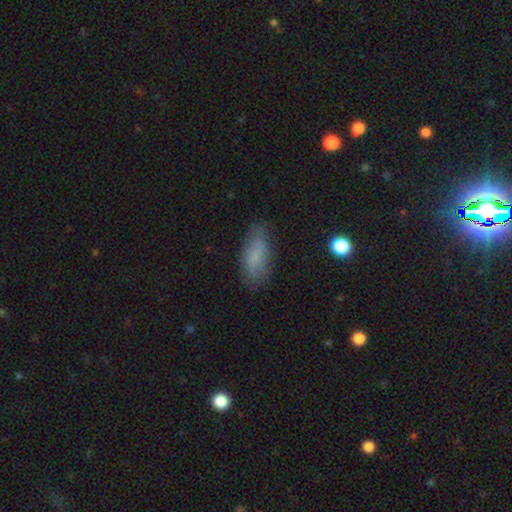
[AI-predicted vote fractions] smooth-or-featured: smooth: 74% | featured or disk: 17% | star or artifact: 8%
  how-rounded: in between: 83% | cigar-shaped: 15% | round: 3%
  merging: none: 71% | minor disturbance: 22% | major disturbance: 6% | merger: 2%